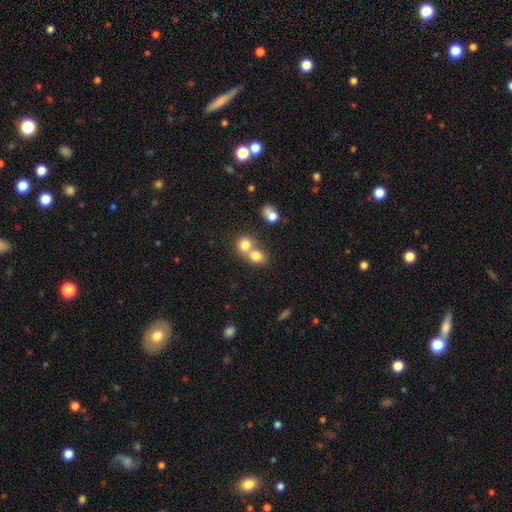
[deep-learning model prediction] This is likely a smooth galaxy (78%). How rounded: likely round (66%). Merging: possibly merger (59%).